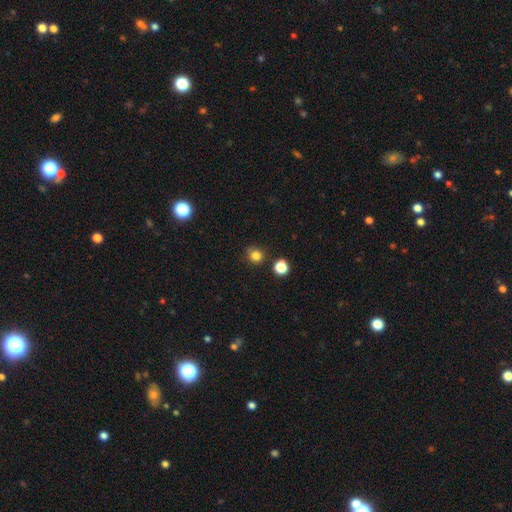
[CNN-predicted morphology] Q: Smooth or featured?
A: smooth (81%); runner-up: star or artifact (15%)
Q: How rounded?
A: round (90%); runner-up: in between (9%)
Q: Merging?
A: none (79%); runner-up: minor disturbance (11%)